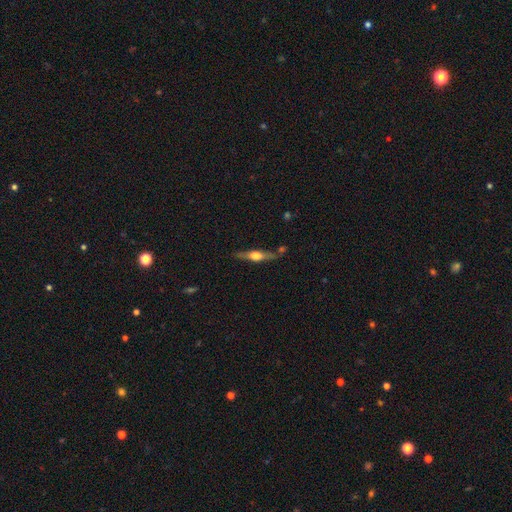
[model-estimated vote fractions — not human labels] A featured or disk galaxy (66%) viewed edge-on (95%) with a rounded central bulge (91%).

Vote fractions:
- Smooth or featured? featured or disk: 66% / smooth: 29% / star or artifact: 6%
- Edge-on disk? yes: 95% / no: 5%
- Edge-on bulge? rounded: 91% / boxy: 6% / none: 3%
- Merging? none: 78% / minor disturbance: 13% / merger: 6% / major disturbance: 3%